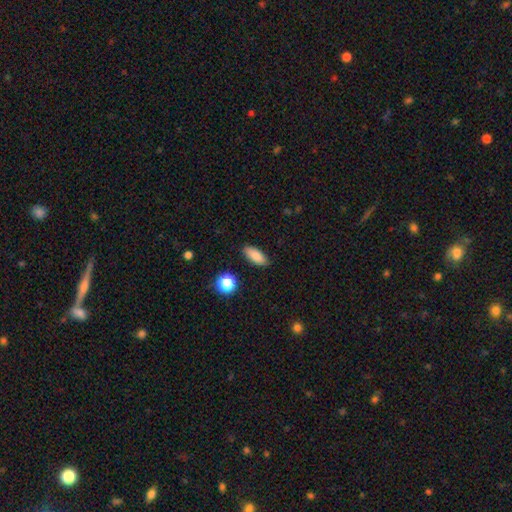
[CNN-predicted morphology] type=smooth (86%); roundness=in between (78%); merging=none (87%).